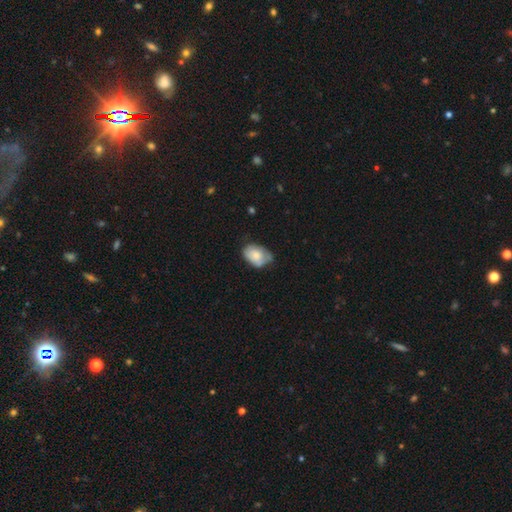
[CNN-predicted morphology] smooth 71%, featured or disk 22%, star or artifact 7%. Down the decision tree: how rounded — in between (85%); merging — none (46%).